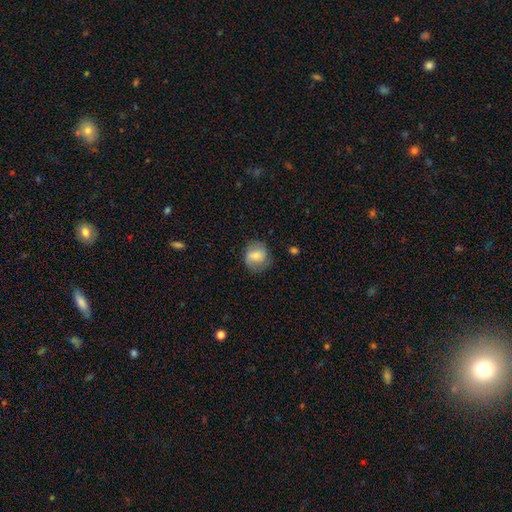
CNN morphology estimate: The model was most divided on "smooth or featured": smooth: 63%, featured or disk: 29%, star or artifact: 7%. More confident: how rounded — round (77%); merging — none (74%).